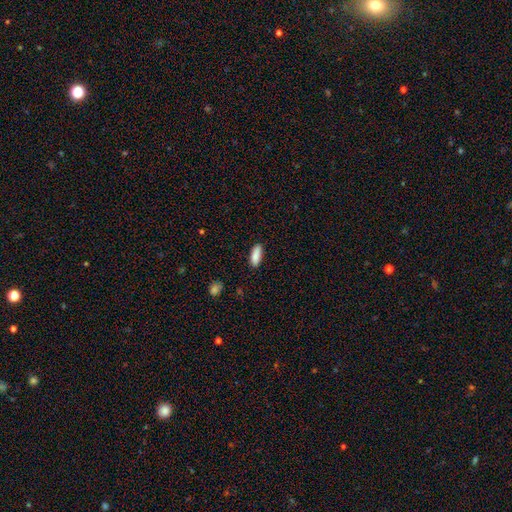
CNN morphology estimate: smooth-or-featured: smooth: 88% | star or artifact: 6% | featured or disk: 5%
  how-rounded: in between: 71% | cigar-shaped: 27% | round: 2%
  merging: none: 87% | minor disturbance: 9% | major disturbance: 2% | merger: 1%